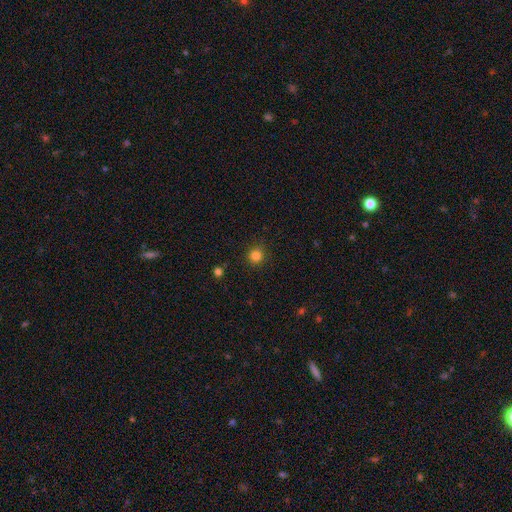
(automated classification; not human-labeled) smooth_or_featured: smooth (p=0.82) [alt: star or artifact p=0.13]
how_rounded: round (p=0.93) [alt: in between p=0.06]
merging: none (p=0.89) [alt: minor disturbance p=0.07]